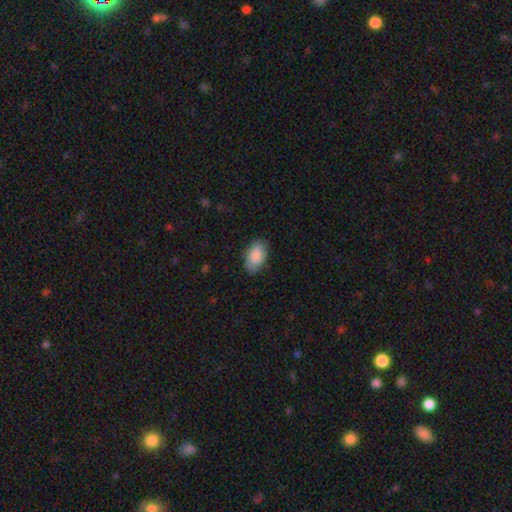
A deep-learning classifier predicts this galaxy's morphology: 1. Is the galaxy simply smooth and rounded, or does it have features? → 88% smooth, 6% star or artifact, 6% featured or disk.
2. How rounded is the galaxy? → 94% in between, 4% round, 2% cigar-shaped.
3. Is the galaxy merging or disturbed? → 80% none, 16% minor disturbance, 3% major disturbance, 1% merger.